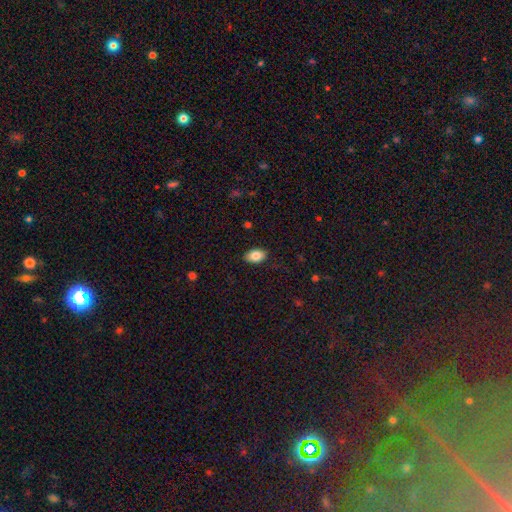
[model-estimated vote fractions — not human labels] smooth_or_featured: smooth (p=0.85) [alt: featured or disk p=0.08]
how_rounded: in between (p=0.91) [alt: round p=0.08]
merging: none (p=0.88) [alt: minor disturbance p=0.09]